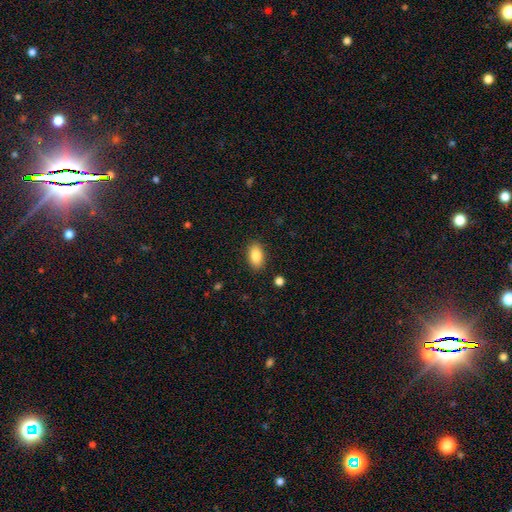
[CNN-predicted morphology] Smooth or featured: smooth — 87% (star or artifact — 7%)
How rounded: in between — 92% (round — 6%)
Merging: none — 88% (minor disturbance — 8%)